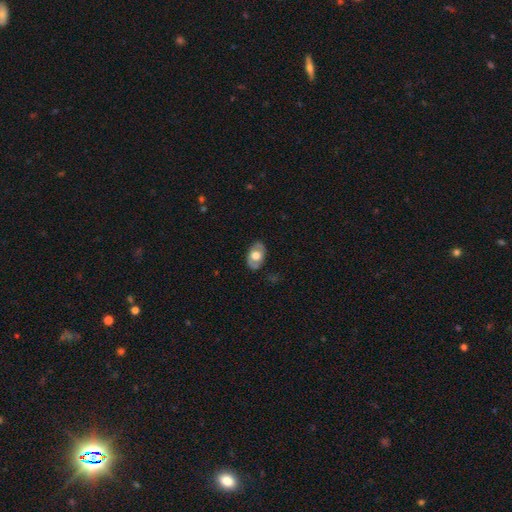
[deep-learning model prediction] Morphology: type=smooth (55%); roundness=in between (88%); merging=none (81%).